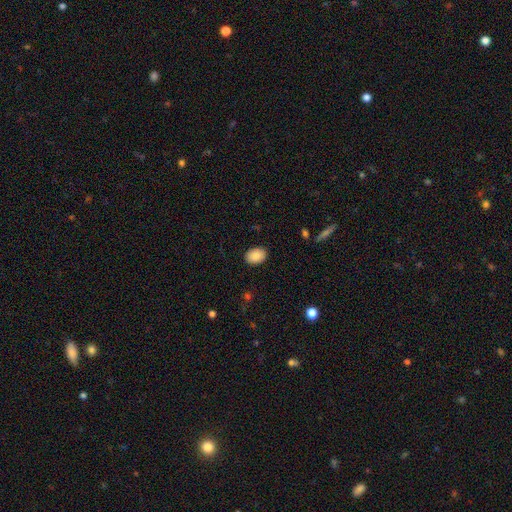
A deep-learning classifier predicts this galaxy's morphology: A smooth galaxy with no disk features (89%) that is in between round and cigar-shaped (78%). Merging: none (89%).